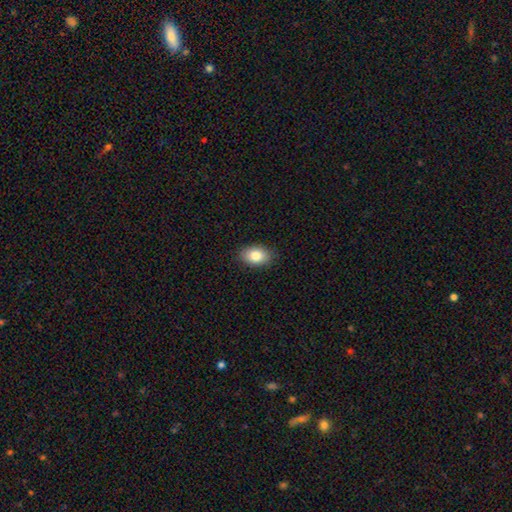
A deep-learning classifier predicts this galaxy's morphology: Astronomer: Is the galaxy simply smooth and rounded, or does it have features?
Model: smooth — 83%.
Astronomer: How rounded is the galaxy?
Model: in between — 86%.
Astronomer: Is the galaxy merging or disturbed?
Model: none — 87%.